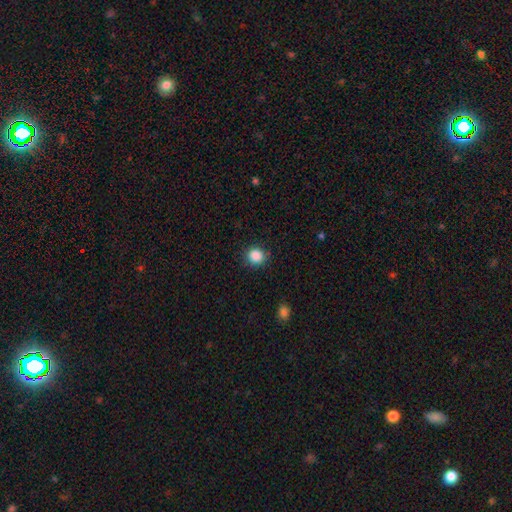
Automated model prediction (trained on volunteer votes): Smooth or featured? Predicted: smooth (p=0.87). How rounded? Predicted: round (p=0.87). Merging? Predicted: none (p=0.86).